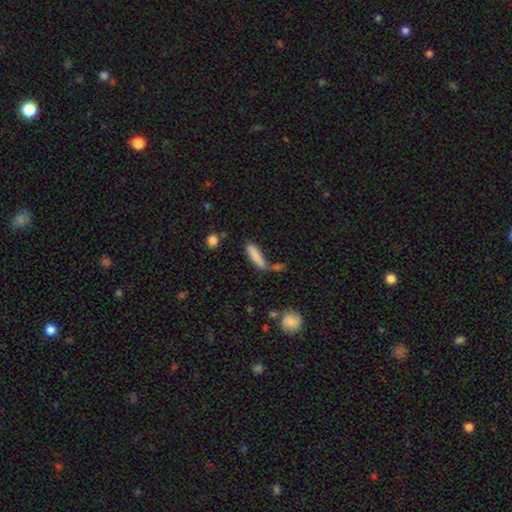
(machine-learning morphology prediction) Smooth or featured? Predicted: smooth (p=0.82). How rounded? Predicted: cigar-shaped (p=0.74). Merging? Predicted: none (p=0.51).